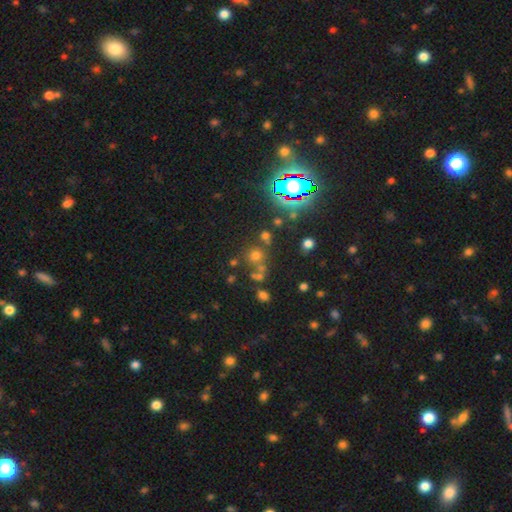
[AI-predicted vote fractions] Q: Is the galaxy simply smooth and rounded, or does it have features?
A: smooth — 45%.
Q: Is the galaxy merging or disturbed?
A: none — 62%.